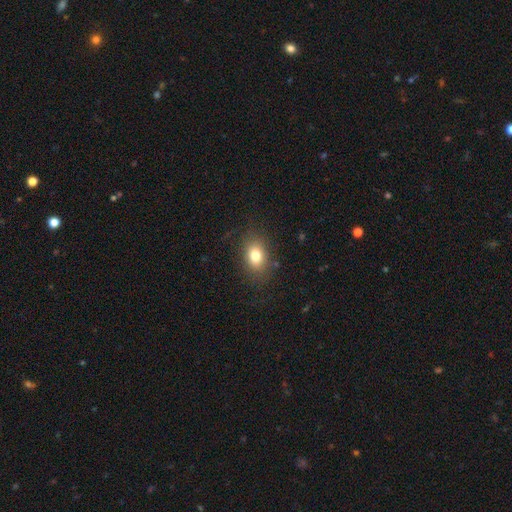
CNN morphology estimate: A smooth galaxy with no disk features (78%) that is in between round and cigar-shaped (72%). Merging: none (82%).